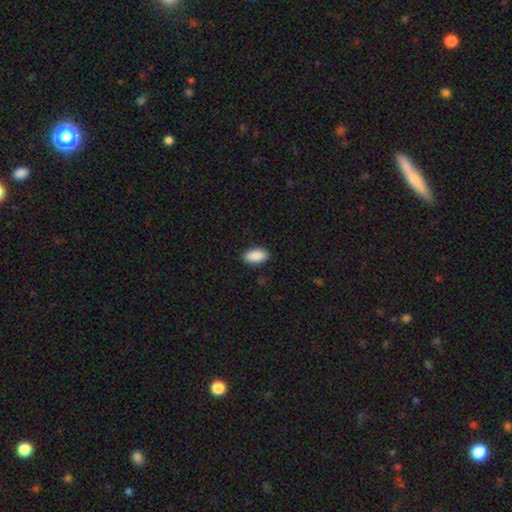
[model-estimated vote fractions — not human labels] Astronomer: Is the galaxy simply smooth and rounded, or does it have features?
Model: smooth — 91%.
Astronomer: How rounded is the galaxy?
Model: in between — 94%.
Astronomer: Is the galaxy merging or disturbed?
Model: none — 90%.